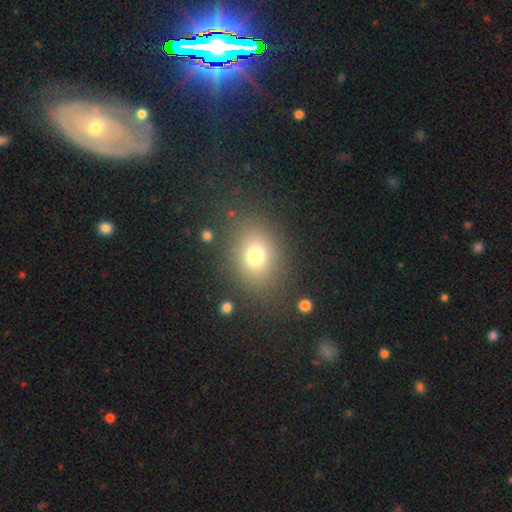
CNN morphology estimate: smooth-or-featured: smooth: 73% | star or artifact: 15% | featured or disk: 11%
  how-rounded: in between: 54% | round: 44% | cigar-shaped: 1%
  merging: none: 81% | minor disturbance: 10% | major disturbance: 6% | merger: 3%